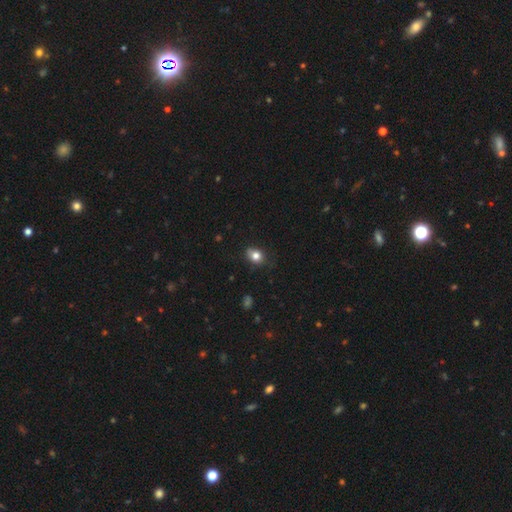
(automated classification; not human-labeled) smooth 80%, star or artifact 11%, featured or disk 9%. Down the decision tree: how rounded — in between (50%); merging — none (71%).